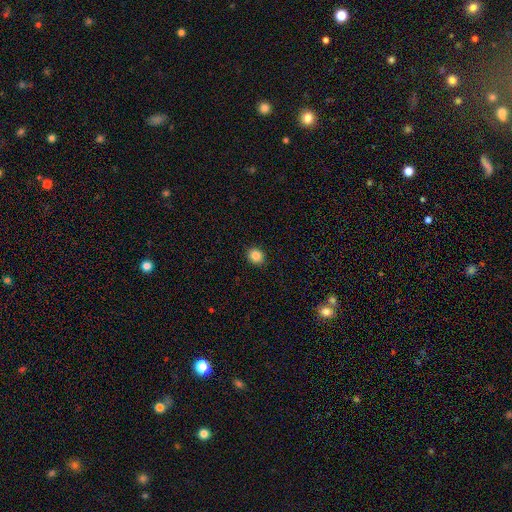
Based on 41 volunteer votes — Morphology: type=smooth (93%); roundness=round (82%); merging=none (95%).